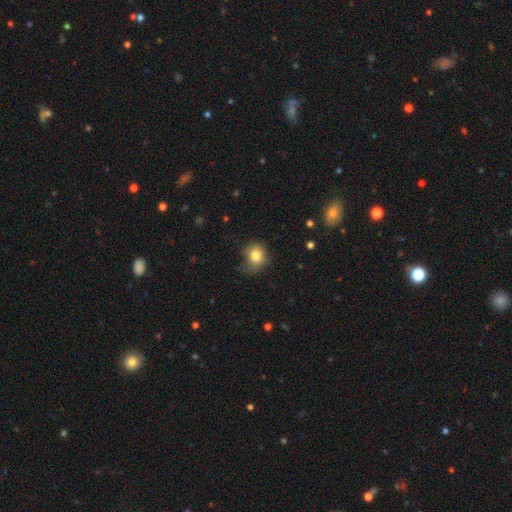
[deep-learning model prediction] Smooth or featured?
  - smooth: 81% *
  - star or artifact: 11%
  - featured or disk: 9%
How rounded?
  - round: 75% *
  - in between: 24%
  - cigar-shaped: 1%
Merging?
  - none: 61% *
  - minor disturbance: 28%
  - major disturbance: 10%
  - merger: 2%